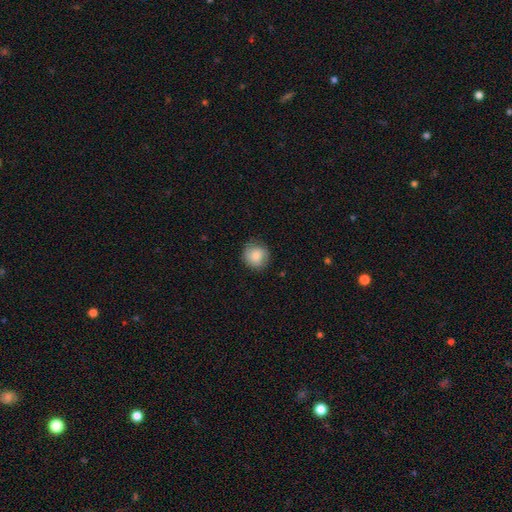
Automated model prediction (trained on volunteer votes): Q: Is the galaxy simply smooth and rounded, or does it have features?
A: smooth — 81%.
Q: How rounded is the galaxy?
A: round — 88%.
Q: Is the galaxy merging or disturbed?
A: none — 81%.